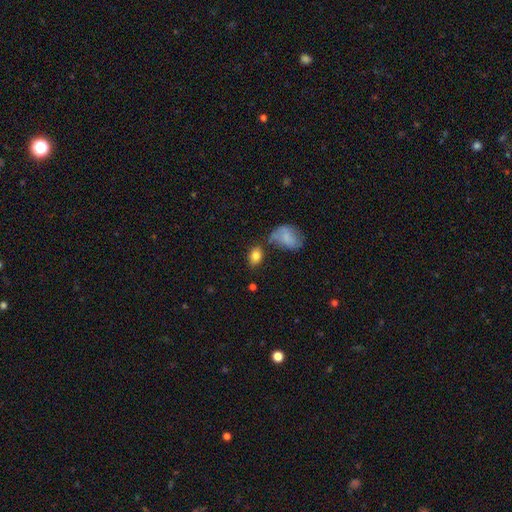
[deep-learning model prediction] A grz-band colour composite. It shows a smooth galaxy with no disk features (83%) that is in between round and cigar-shaped (78%). Merging: none (68%).